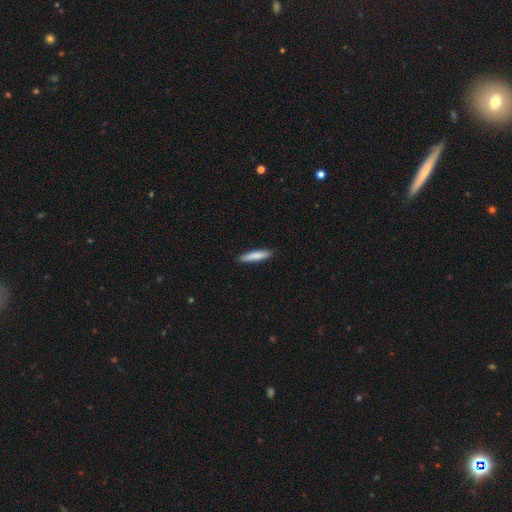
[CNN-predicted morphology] smooth 82%, featured or disk 13%, star or artifact 5%. Down the decision tree: how rounded — cigar-shaped (86%); merging — none (90%).